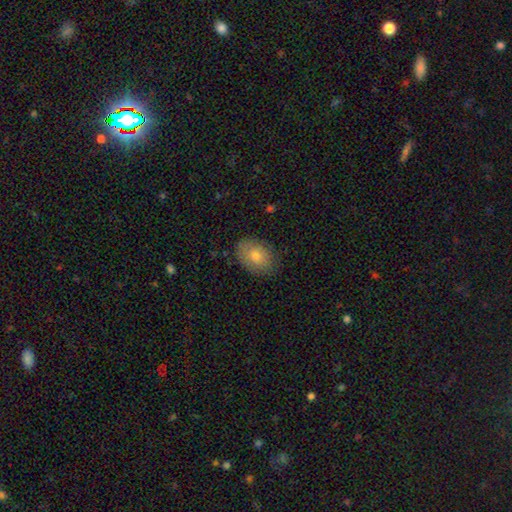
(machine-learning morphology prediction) Smooth or featured: smooth — 75% (featured or disk — 16%)
How rounded: in between — 78% (round — 21%)
Merging: none — 83% (minor disturbance — 14%)